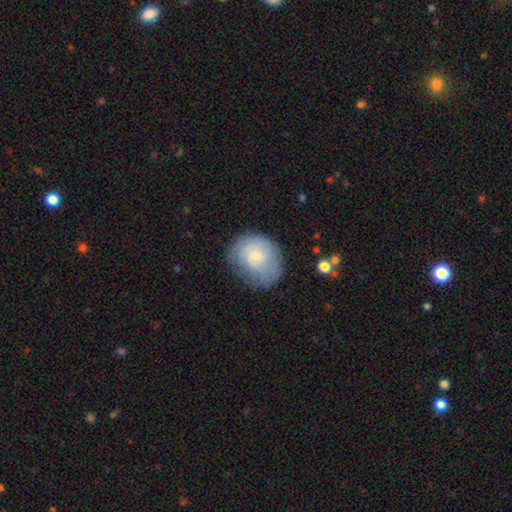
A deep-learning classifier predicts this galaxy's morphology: type=smooth (50%); roundness=round (62%); merging=none (65%).